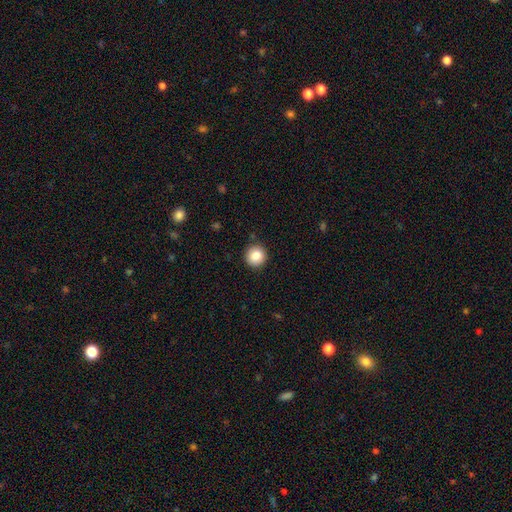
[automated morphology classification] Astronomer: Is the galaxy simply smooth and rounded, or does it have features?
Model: smooth — 86%.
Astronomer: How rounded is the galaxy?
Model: round — 94%.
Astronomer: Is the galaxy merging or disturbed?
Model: none — 91%.